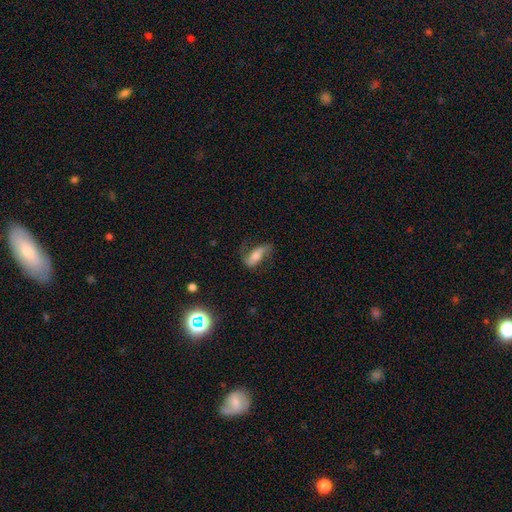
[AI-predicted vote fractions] smooth_or_featured: featured or disk (p=0.55) [alt: smooth p=0.37]
disk_edge_on: no (p=0.87) [alt: yes p=0.13]
merging: none (p=0.59) [alt: minor disturbance p=0.22]